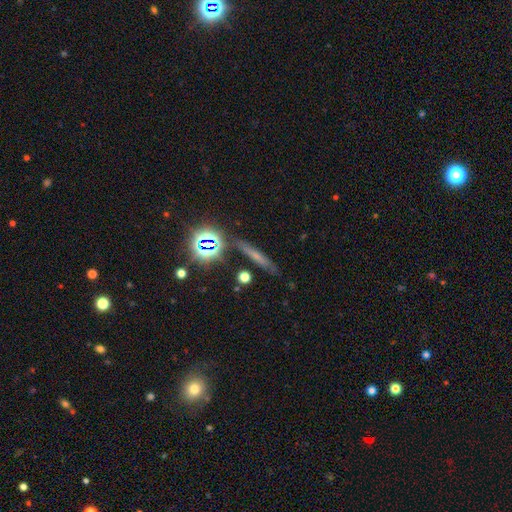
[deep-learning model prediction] Smooth or featured: smooth — 49% (featured or disk — 26%)
Merging: none — 82% (minor disturbance — 11%)